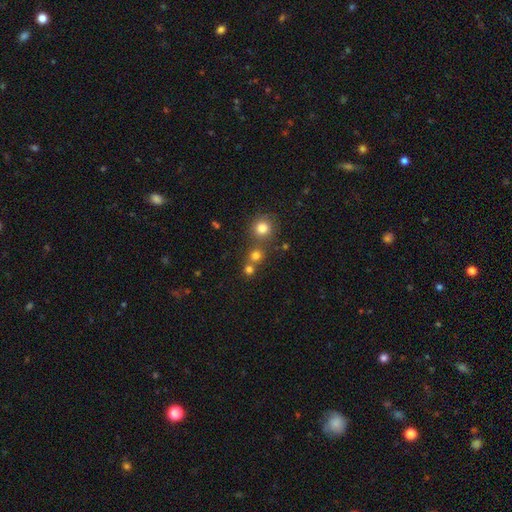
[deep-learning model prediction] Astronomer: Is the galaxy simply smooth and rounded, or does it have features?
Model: smooth — 74%.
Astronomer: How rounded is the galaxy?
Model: round — 89%.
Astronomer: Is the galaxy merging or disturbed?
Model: none — 60%.